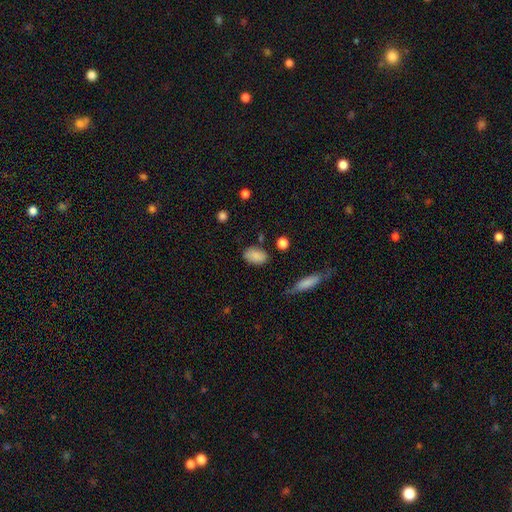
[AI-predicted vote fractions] The model was most divided on "merging": none: 76%, minor disturbance: 17%, major disturbance: 4%, merger: 4%. More confident: how rounded — in between (90%); smooth or featured — smooth (86%).